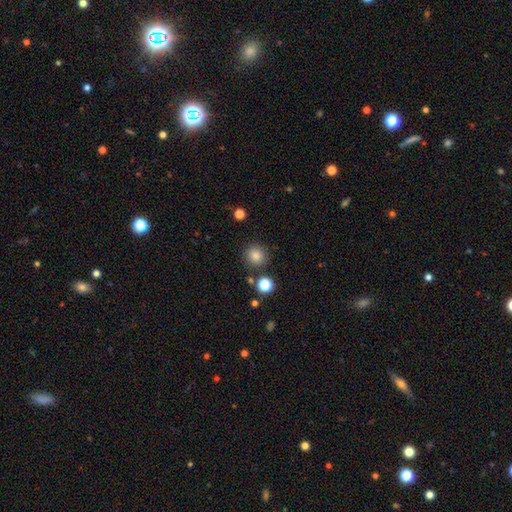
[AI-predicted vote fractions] smooth_or_featured: smooth (p=0.84) [alt: star or artifact p=0.11]
how_rounded: round (p=0.93) [alt: in between p=0.06]
merging: none (p=0.86) [alt: minor disturbance p=0.08]